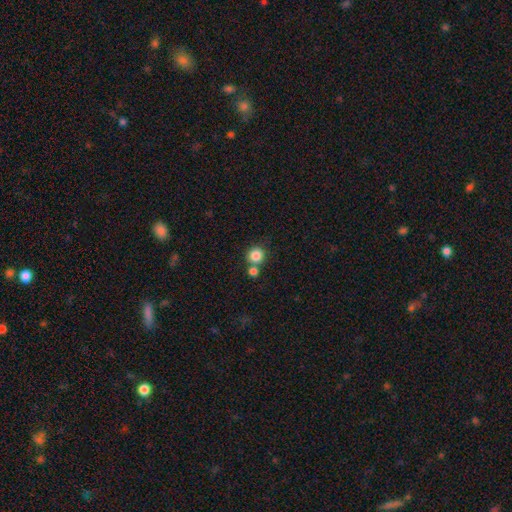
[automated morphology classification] This is clearly a smooth galaxy (84%). How rounded: clearly round (92%). Merging: likely none (65%).